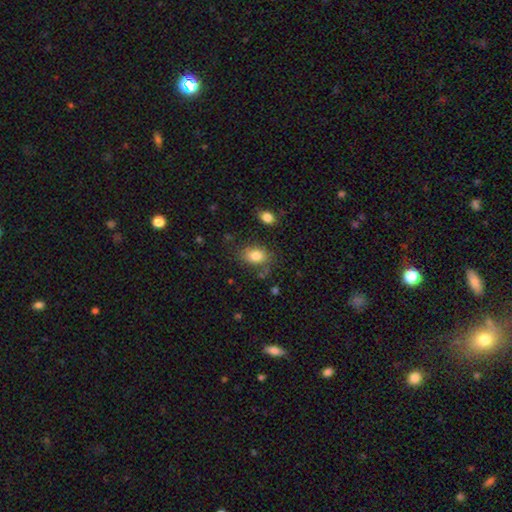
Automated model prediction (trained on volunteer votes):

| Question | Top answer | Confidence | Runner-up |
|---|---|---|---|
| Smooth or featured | smooth | 82% | star or artifact (9%) |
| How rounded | in between | 80% | round (19%) |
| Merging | none | 73% | minor disturbance (17%) |